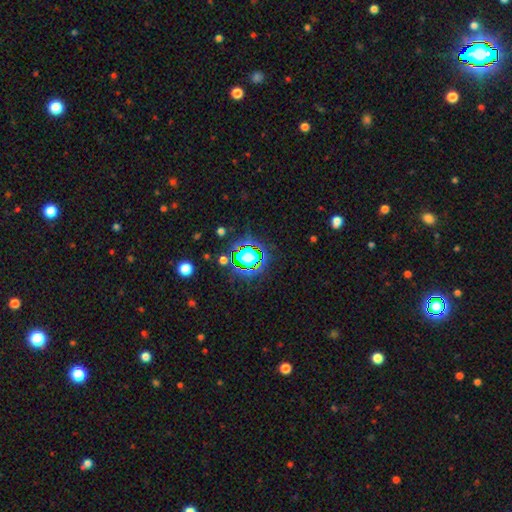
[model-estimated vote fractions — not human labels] Morphology: type=star or artifact (61%).